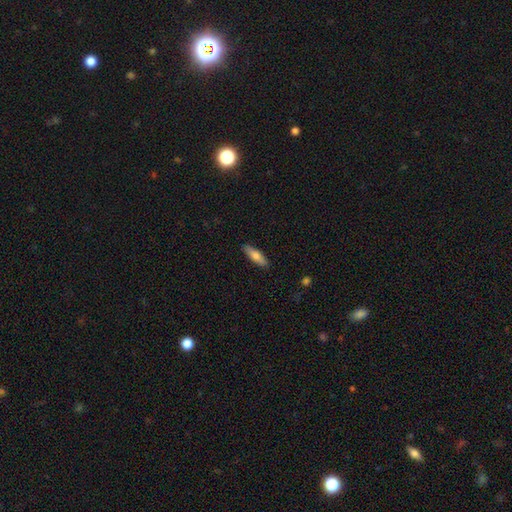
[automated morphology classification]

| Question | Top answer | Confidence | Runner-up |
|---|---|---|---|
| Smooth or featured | smooth | 71% | featured or disk (23%) |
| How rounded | cigar-shaped | 57% | in between (41%) |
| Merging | none | 89% | minor disturbance (8%) |